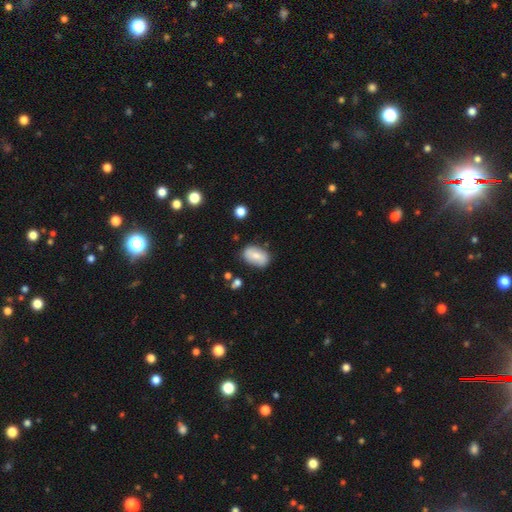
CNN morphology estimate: Smooth or featured? Predicted: smooth (p=0.67). How rounded? Predicted: in between (p=0.90). Merging? Predicted: none (p=0.78).